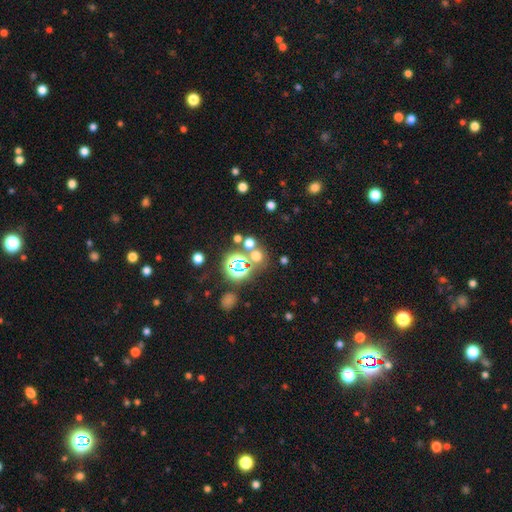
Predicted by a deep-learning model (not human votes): Smooth or featured?
  - smooth: 52% *
  - star or artifact: 40%
  - featured or disk: 8%
How rounded?
  - round: 84% *
  - in between: 15%
  - cigar-shaped: 1%
Merging?
  - none: 70% *
  - merger: 18%
  - minor disturbance: 8%
  - major disturbance: 5%